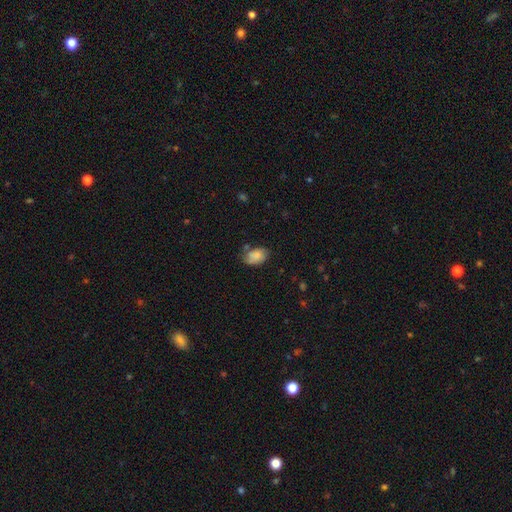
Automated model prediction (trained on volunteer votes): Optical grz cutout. It shows a smooth galaxy with no disk features (76%) that is in between round and cigar-shaped (87%). Merging: none (57%).